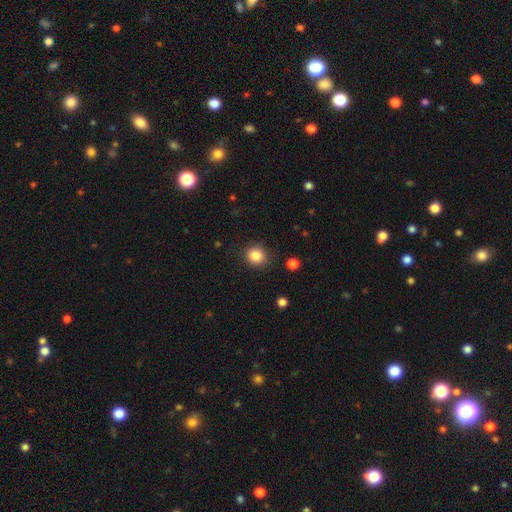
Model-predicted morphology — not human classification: Smooth or featured: smooth — 85% (star or artifact — 10%)
How rounded: round — 81% (in between — 19%)
Merging: none — 88% (minor disturbance — 8%)